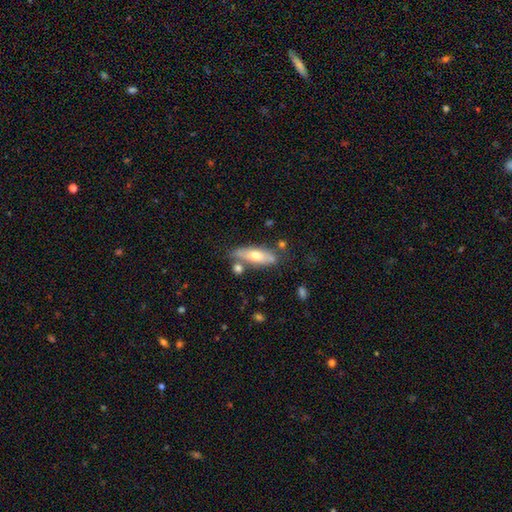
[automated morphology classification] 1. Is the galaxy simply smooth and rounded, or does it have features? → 55% smooth, 39% featured or disk, 6% star or artifact.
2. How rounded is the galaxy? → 59% in between, 38% cigar-shaped, 3% round.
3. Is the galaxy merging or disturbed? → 66% none, 17% minor disturbance, 12% merger, 5% major disturbance.